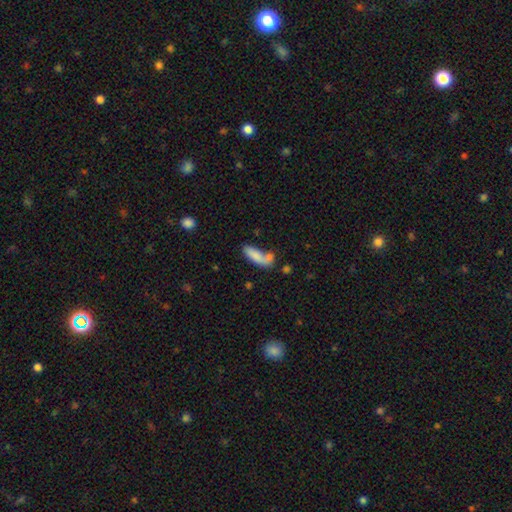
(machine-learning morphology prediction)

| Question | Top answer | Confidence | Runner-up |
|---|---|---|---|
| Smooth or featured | smooth | 79% | featured or disk (13%) |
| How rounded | in between | 54% | cigar-shaped (44%) |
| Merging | none | 41% | merger (31%) |